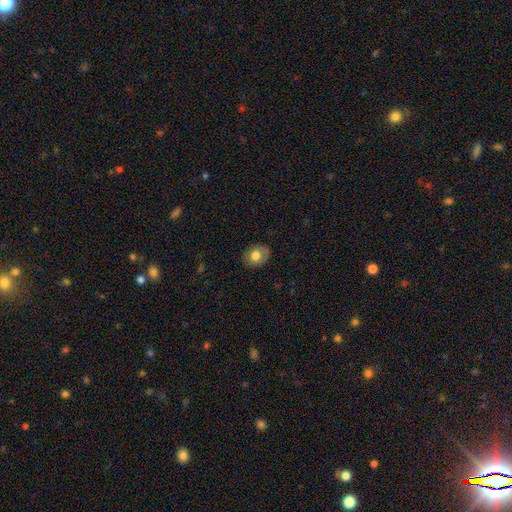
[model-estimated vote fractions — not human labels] Smooth or featured? Predicted: smooth (p=0.73). How rounded? Predicted: round (p=0.56). Merging? Predicted: none (p=0.81).